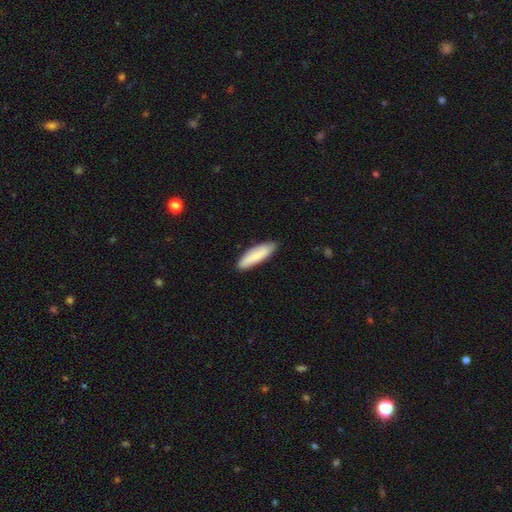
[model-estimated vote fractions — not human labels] smooth 83%, featured or disk 11%, star or artifact 6%. Down the decision tree: how rounded — cigar-shaped (58%); merging — none (85%).